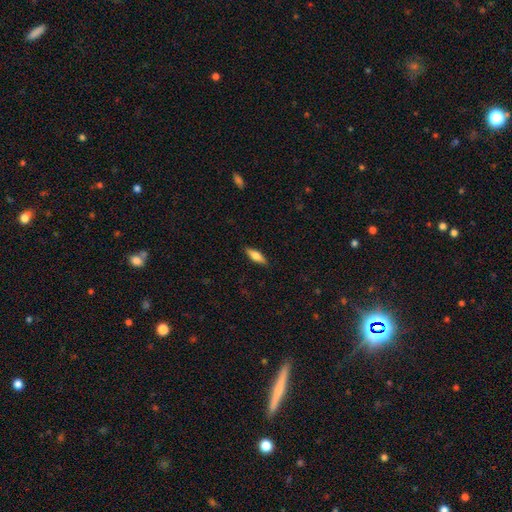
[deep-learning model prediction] Overall: smooth (67%). How rounded: in between (52%; cigar-shaped 46%). Merging: none (88%).